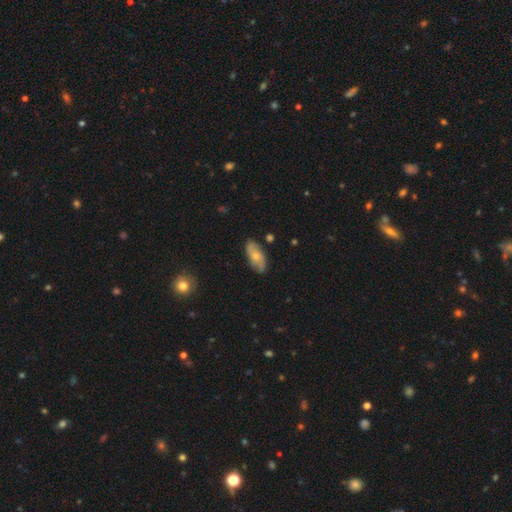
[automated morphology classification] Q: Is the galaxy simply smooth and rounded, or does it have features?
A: smooth — 50%.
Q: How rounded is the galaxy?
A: in between — 87%.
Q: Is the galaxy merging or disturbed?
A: none — 80%.